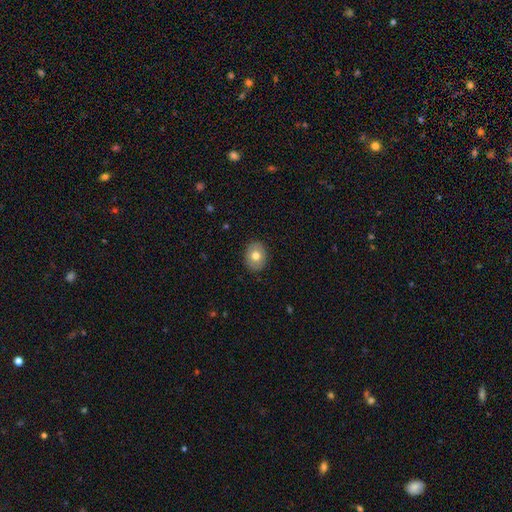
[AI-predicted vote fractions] Smooth or featured: smooth — 73% (featured or disk — 20%)
How rounded: in between — 55% (round — 45%)
Merging: none — 89% (minor disturbance — 8%)